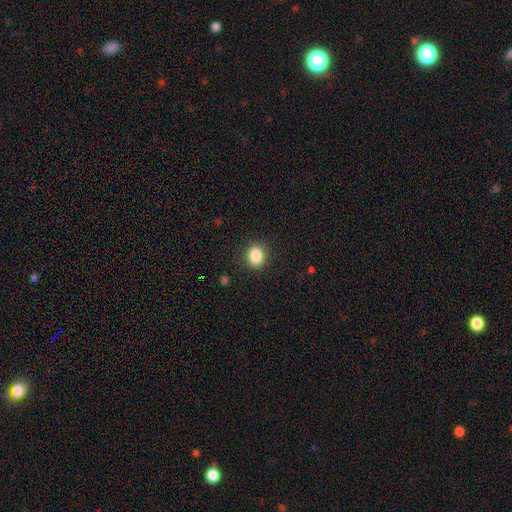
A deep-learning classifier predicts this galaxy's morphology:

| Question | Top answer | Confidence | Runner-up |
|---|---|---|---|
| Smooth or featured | smooth | 86% | star or artifact (10%) |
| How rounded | round | 50% | in between (49%) |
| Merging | none | 88% | minor disturbance (8%) |